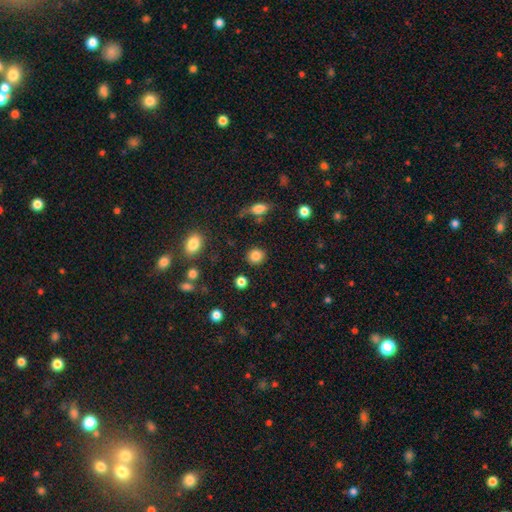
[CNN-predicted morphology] smooth_or_featured: smooth (p=0.85) [alt: star or artifact p=0.11]
how_rounded: round (p=0.87) [alt: in between p=0.12]
merging: none (p=0.88) [alt: minor disturbance p=0.07]